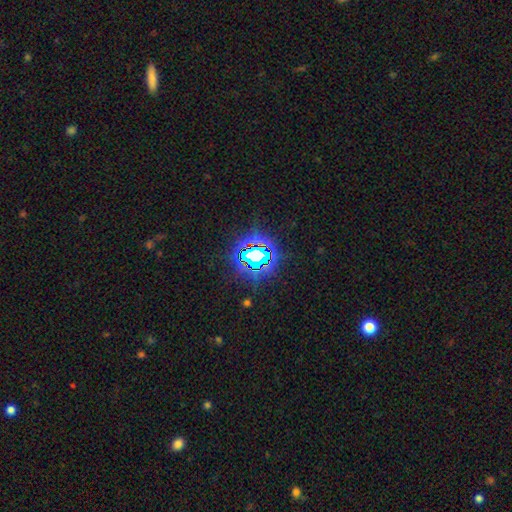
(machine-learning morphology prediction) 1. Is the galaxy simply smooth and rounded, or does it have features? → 74% star or artifact, 15% smooth, 11% featured or disk.